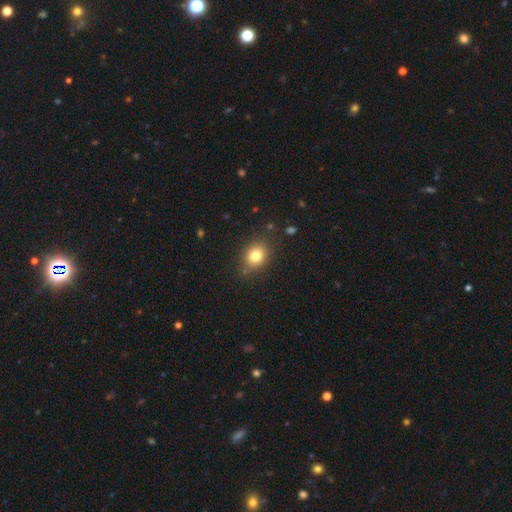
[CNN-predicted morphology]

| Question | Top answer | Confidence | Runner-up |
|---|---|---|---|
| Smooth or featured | smooth | 80% | star or artifact (11%) |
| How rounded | round | 52% | in between (47%) |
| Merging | none | 81% | minor disturbance (13%) |